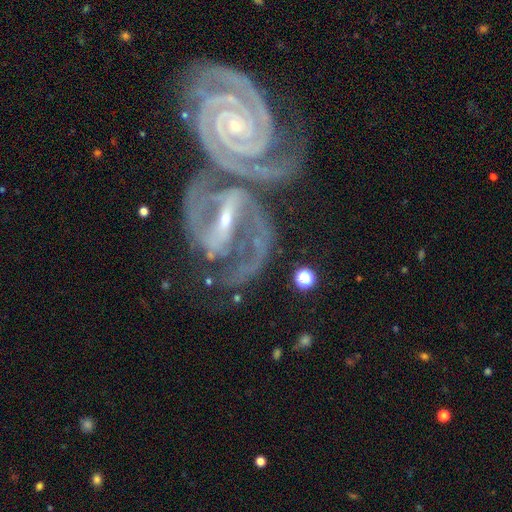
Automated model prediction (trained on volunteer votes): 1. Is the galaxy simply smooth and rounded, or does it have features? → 92% featured or disk, 5% star or artifact, 3% smooth.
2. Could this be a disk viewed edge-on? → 96% no, 4% yes.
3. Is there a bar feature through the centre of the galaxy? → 60% strong, 25% weak, 15% no.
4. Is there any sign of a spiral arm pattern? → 98% yes, 2% no.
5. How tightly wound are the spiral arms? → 67% tight, 29% medium, 4% loose.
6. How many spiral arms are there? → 68% 2, 15% 3, 7% can't tell, 4% 4, 3% 1, 3% more than 4.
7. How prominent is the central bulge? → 72% small, 25% moderate, 2% none, 1% large, 1% dominant.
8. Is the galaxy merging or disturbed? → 56% merger, 29% none, 10% minor disturbance, 5% major disturbance.